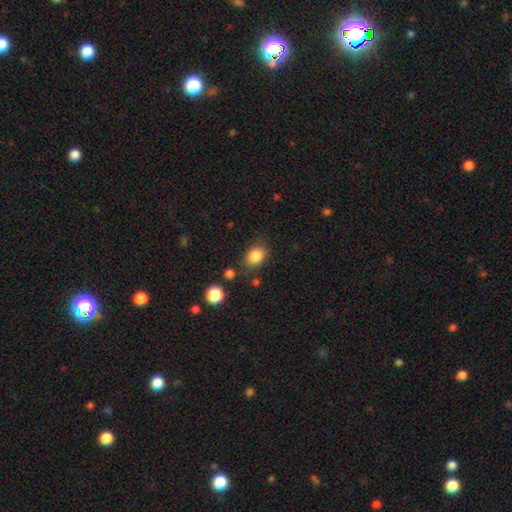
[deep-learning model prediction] smooth_or_featured: smooth (p=0.85) [alt: star or artifact p=0.09]
how_rounded: in between (p=0.58) [alt: round p=0.41]
merging: none (p=0.73) [alt: minor disturbance p=0.17]